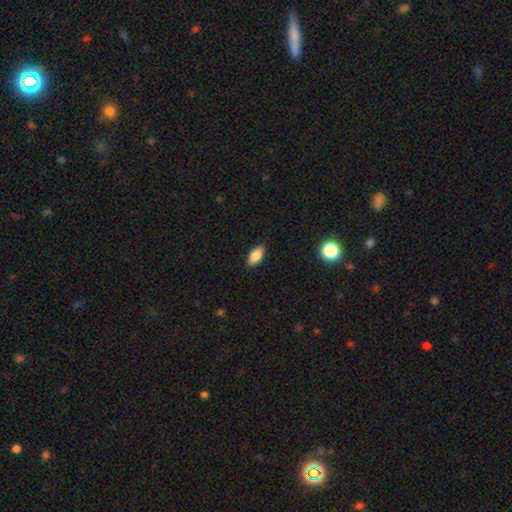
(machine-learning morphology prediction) Smooth or featured: smooth — 81% (featured or disk — 11%)
How rounded: in between — 89% (cigar-shaped — 7%)
Merging: none — 87% (minor disturbance — 10%)